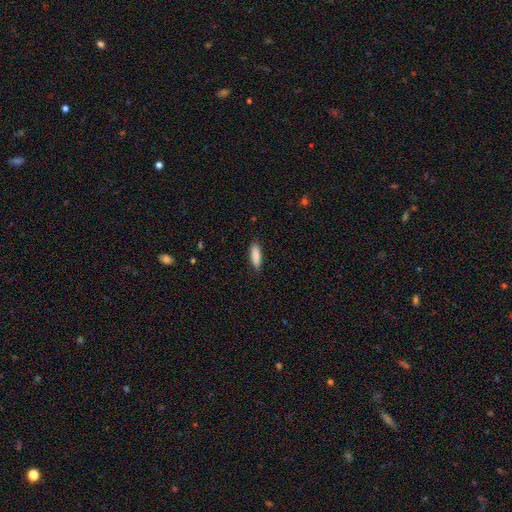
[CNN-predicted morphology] Smooth or featured? smooth (88%)
How rounded? in between (50%)
Merging? none (87%)